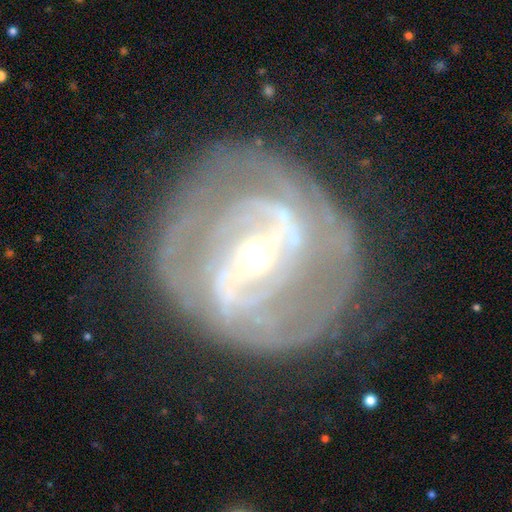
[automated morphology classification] Smooth or featured: featured or disk — 87% (smooth — 7%)
Edge-on disk: no — 95% (yes — 5%)
Bar: strong — 62% (weak — 28%)
Spiral arms: yes — 90% (no — 10%)
Spiral winding: tight — 56% (medium — 33%)
Spiral arm count: 2 — 46% (can't tell — 25%)
Bulge size: moderate — 49% (small — 46%)
Merging: none — 74% (minor disturbance — 15%)